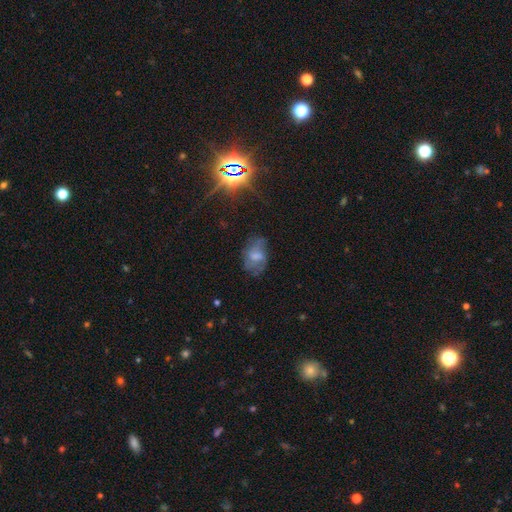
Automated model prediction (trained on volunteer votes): Smooth or featured? smooth (46%)
Merging? none (51%)